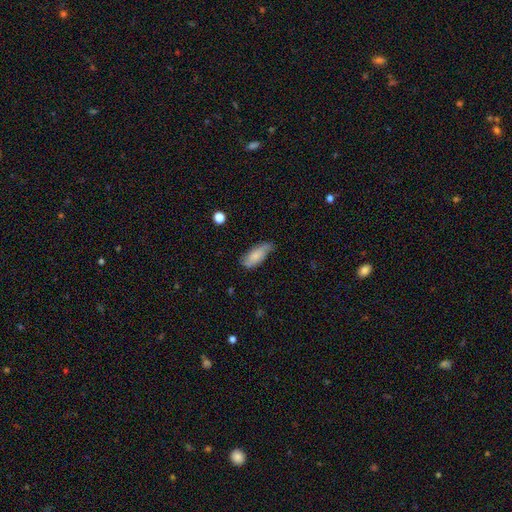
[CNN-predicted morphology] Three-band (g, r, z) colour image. It shows a smooth galaxy with no disk features (73%) that is in between round and cigar-shaped (78%). Merging: none (54%).